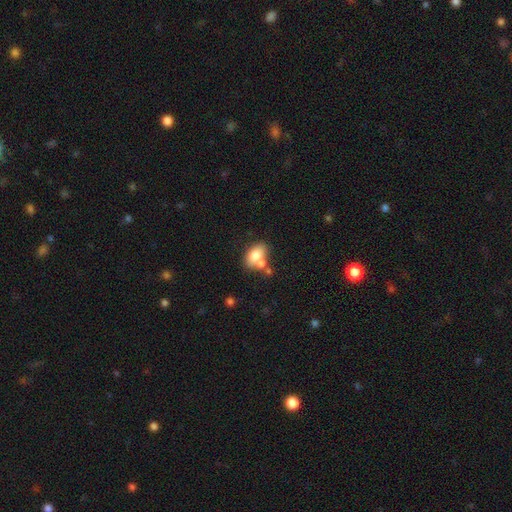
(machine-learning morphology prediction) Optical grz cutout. It shows a smooth galaxy with no disk features (76%) that is in between round and cigar-shaped (83%). Merging: none (44%).